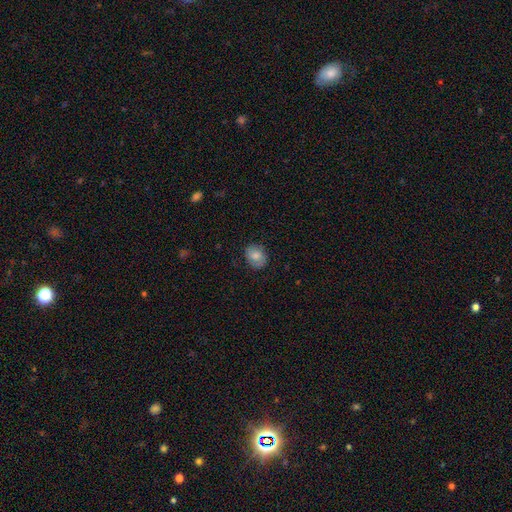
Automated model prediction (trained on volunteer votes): Q: Smooth or featured?
A: smooth (74%); runner-up: featured or disk (18%)
Q: How rounded?
A: round (58%); runner-up: in between (41%)
Q: Merging?
A: none (80%); runner-up: minor disturbance (16%)